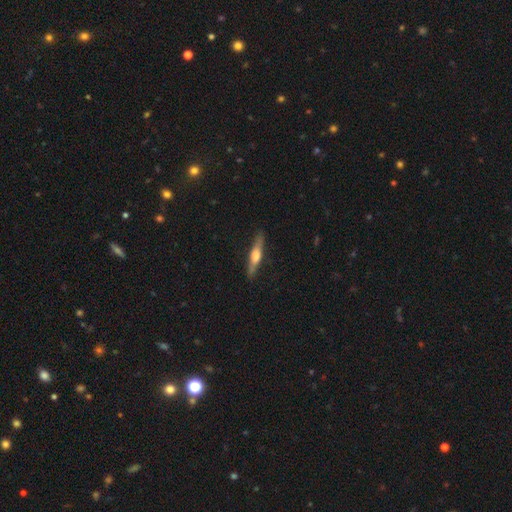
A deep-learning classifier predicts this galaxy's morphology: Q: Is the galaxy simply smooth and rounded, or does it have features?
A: featured or disk — 59%.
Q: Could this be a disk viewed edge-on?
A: yes — 96%.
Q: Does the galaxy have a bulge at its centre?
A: rounded — 79%.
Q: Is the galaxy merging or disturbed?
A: none — 87%.